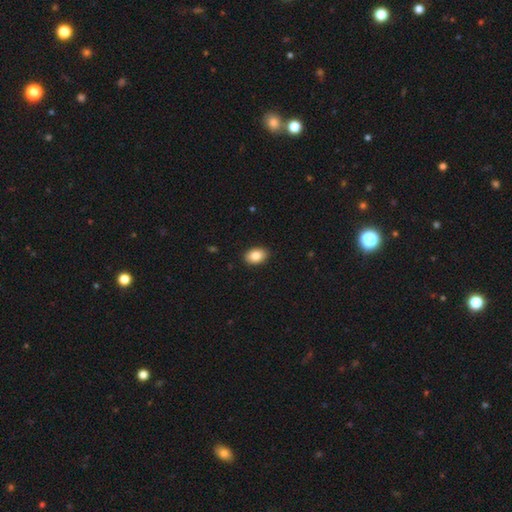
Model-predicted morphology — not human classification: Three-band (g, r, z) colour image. It shows a smooth galaxy with no disk features (86%) that is in between round and cigar-shaped (84%). Merging: none (91%).